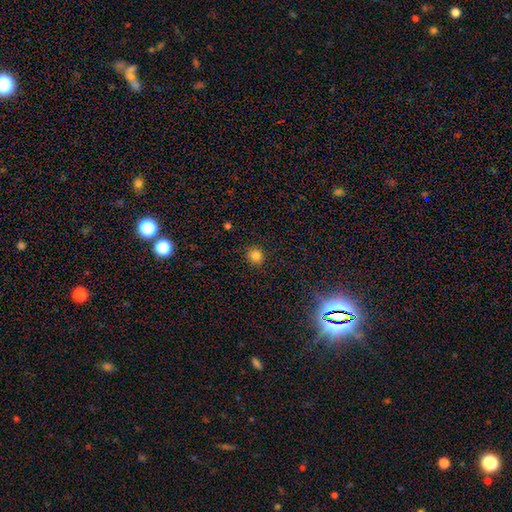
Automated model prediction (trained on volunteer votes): This appears to be a smooth galaxy with no disk features (83%) that is round (89%). Merging: none (90%).